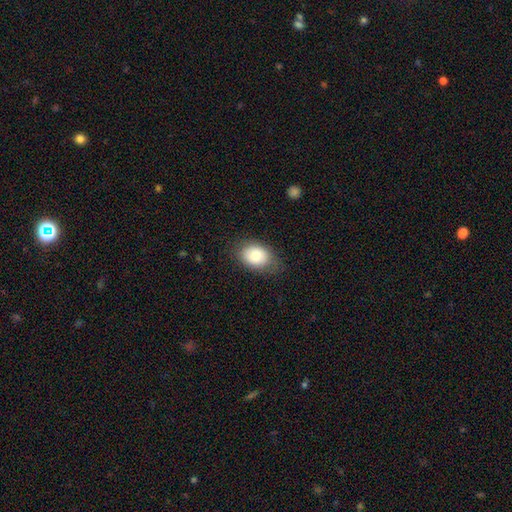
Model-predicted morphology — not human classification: Smooth or featured? Predicted: smooth (p=0.78). How rounded? Predicted: in between (p=0.75). Merging? Predicted: none (p=0.75).